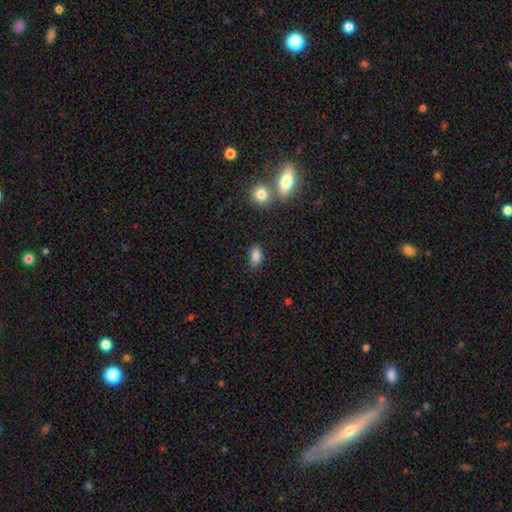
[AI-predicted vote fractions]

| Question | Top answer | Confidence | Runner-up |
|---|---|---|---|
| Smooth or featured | smooth | 85% | star or artifact (10%) |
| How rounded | in between | 88% | round (8%) |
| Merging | none | 80% | minor disturbance (15%) |